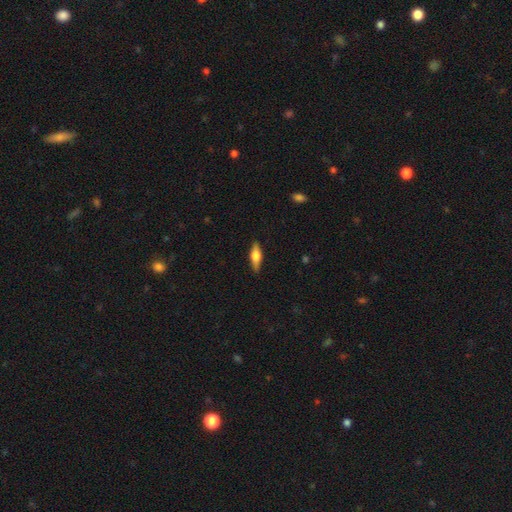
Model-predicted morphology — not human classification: Smooth or featured? smooth (52%)
How rounded? cigar-shaped (49%)
Merging? none (89%)